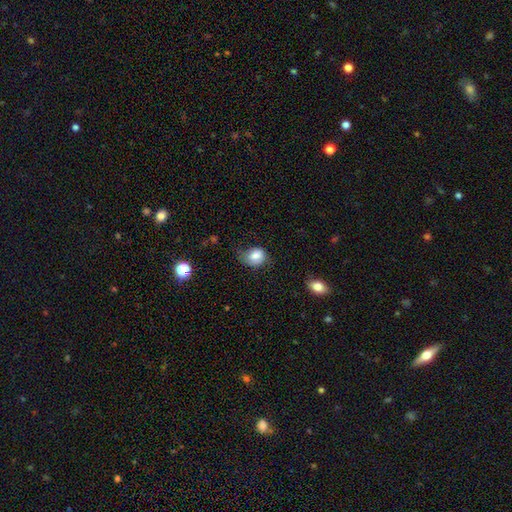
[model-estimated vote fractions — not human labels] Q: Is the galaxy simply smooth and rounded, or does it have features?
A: smooth — 80%.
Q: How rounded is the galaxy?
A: round — 56%.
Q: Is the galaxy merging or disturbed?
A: none — 48%.